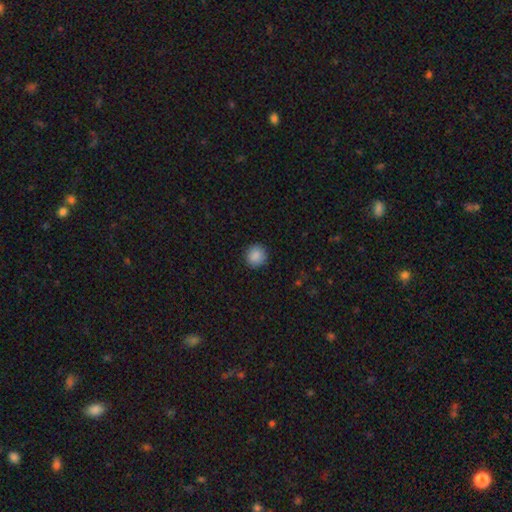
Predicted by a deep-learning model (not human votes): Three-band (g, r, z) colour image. It shows a smooth galaxy with no disk features (88%) that is round (91%). Merging: none (90%).